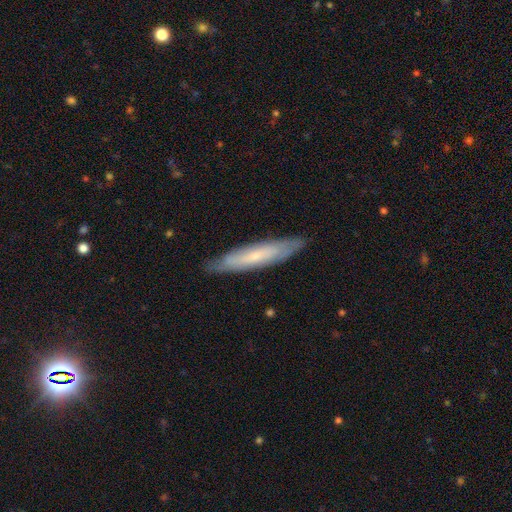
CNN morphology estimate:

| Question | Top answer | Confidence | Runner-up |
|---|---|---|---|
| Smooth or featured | smooth | 50% | featured or disk (44%) |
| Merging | none | 86% | minor disturbance (11%) |